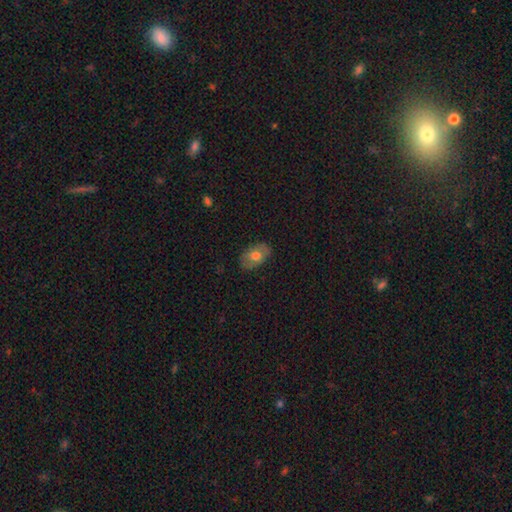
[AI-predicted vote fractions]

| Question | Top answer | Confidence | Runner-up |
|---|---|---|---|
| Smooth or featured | smooth | 65% | featured or disk (27%) |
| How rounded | in between | 88% | round (11%) |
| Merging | none | 82% | minor disturbance (14%) |